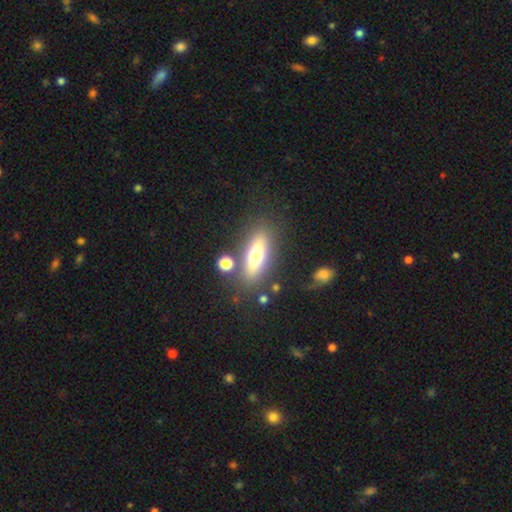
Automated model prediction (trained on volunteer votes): A smooth galaxy with no disk features (52%) that is in between round and cigar-shaped (54%).

Vote fractions:
- Smooth or featured? smooth: 52% / featured or disk: 39% / star or artifact: 9%
- How rounded? in between: 54% / cigar-shaped: 42% / round: 5%
- Merging? none: 77% / minor disturbance: 11% / merger: 6% / major disturbance: 5%